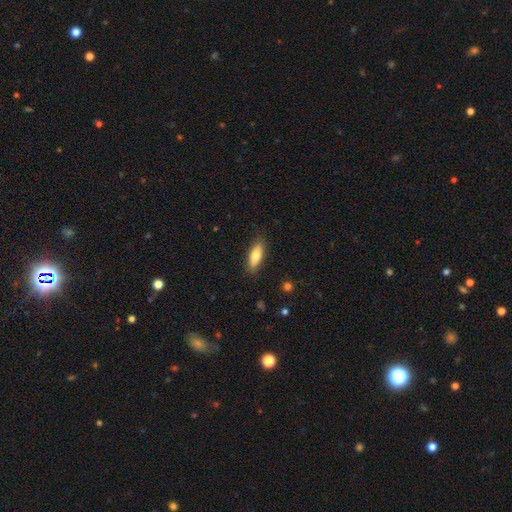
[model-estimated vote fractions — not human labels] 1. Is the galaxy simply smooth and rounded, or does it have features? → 74% smooth, 19% featured or disk, 6% star or artifact.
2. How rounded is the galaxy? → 69% in between, 29% cigar-shaped, 2% round.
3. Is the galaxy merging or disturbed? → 85% none, 12% minor disturbance, 2% major disturbance, 1% merger.